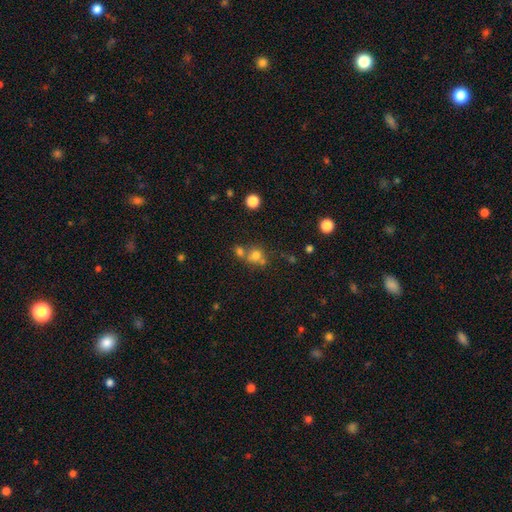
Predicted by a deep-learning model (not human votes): Q: Smooth or featured?
A: smooth (70%); runner-up: star or artifact (17%)
Q: How rounded?
A: round (82%); runner-up: in between (17%)
Q: Merging?
A: none (48%); runner-up: merger (39%)